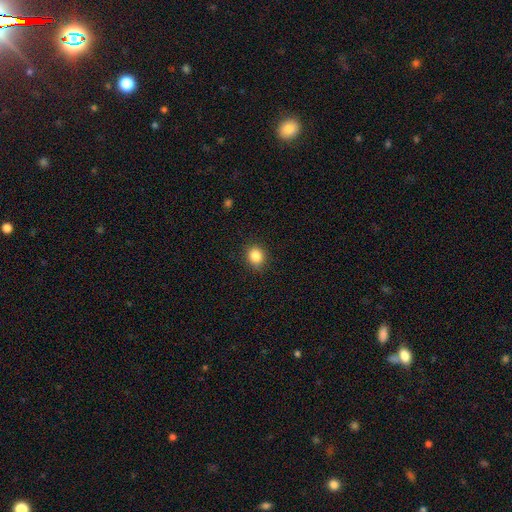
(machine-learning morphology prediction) smooth-or-featured: smooth: 85% | star or artifact: 10% | featured or disk: 5%
  how-rounded: round: 74% | in between: 25% | cigar-shaped: 1%
  merging: none: 89% | minor disturbance: 8% | major disturbance: 2% | merger: 1%